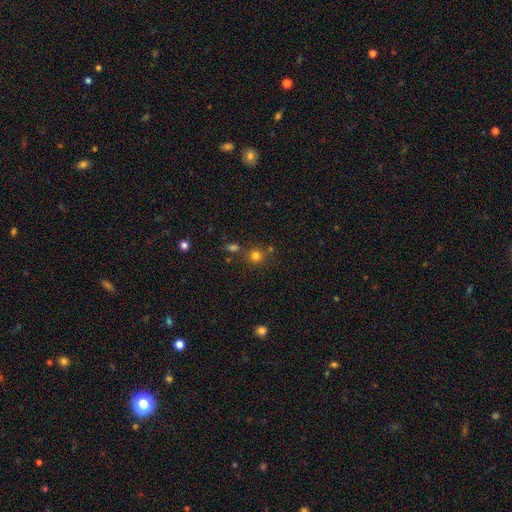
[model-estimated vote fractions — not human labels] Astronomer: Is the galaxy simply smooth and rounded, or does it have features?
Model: smooth — 77%.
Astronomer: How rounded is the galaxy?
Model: round — 90%.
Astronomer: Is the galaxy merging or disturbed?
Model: none — 76%.